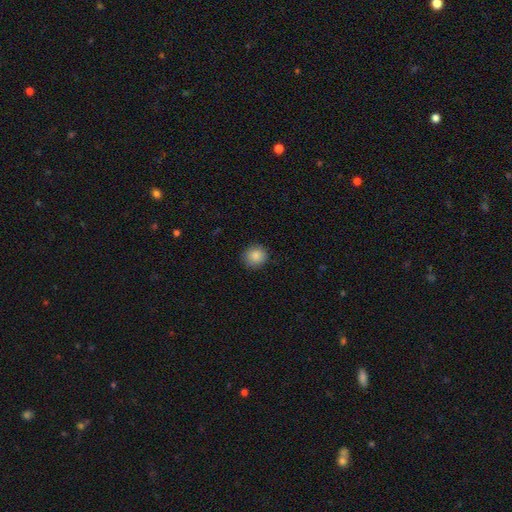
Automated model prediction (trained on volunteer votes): Morphology: type=smooth (87%); roundness=round (87%); merging=none (88%).